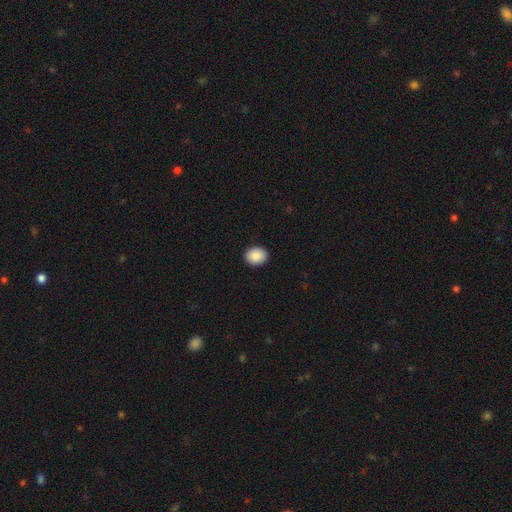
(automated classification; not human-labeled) Smooth or featured?
  - smooth: 90% *
  - star or artifact: 8%
  - featured or disk: 3%
How rounded?
  - round: 56% *
  - in between: 43%
  - cigar-shaped: 1%
Merging?
  - none: 92% *
  - minor disturbance: 6%
  - major disturbance: 2%
  - merger: 1%